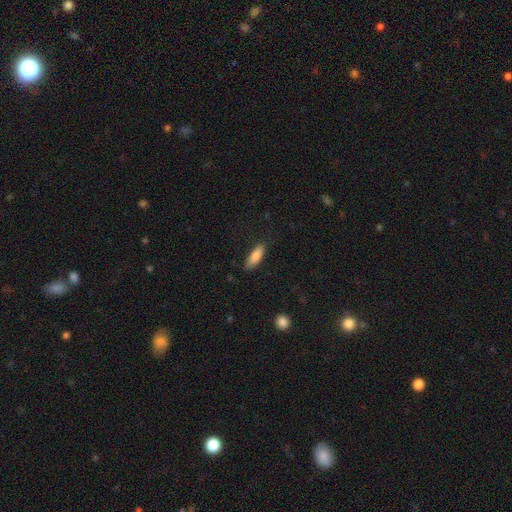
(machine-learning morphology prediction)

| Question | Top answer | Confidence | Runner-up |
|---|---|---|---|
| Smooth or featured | smooth | 83% | featured or disk (11%) |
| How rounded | in between | 56% | cigar-shaped (43%) |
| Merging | none | 83% | minor disturbance (13%) |